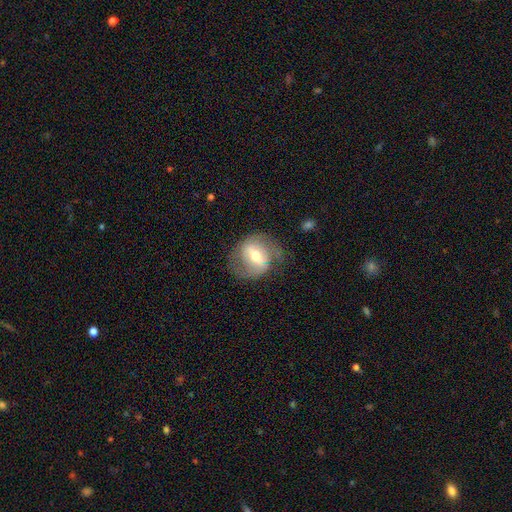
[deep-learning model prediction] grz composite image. It shows a featured or disk galaxy (65%) with a weak bar (42%, tied with strong), spiral arms (75%) and a moderate central bulge (66%). Merging: none (65%).